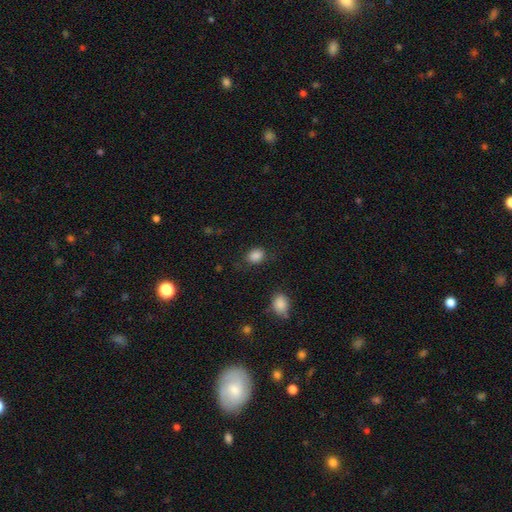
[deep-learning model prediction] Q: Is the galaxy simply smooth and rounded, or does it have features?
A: smooth — 87%.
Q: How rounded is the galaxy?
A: in between — 59%.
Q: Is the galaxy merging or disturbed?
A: none — 78%.